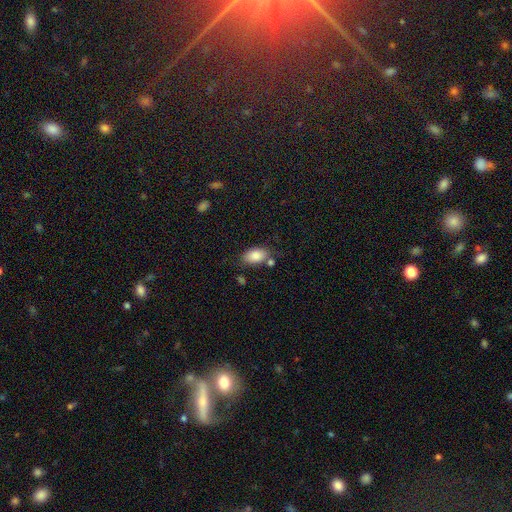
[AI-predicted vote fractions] Smooth or featured?
  - smooth: 85% *
  - featured or disk: 7%
  - star or artifact: 7%
How rounded?
  - in between: 90% *
  - round: 8%
  - cigar-shaped: 2%
Merging?
  - none: 66% *
  - minor disturbance: 17%
  - merger: 11%
  - major disturbance: 5%